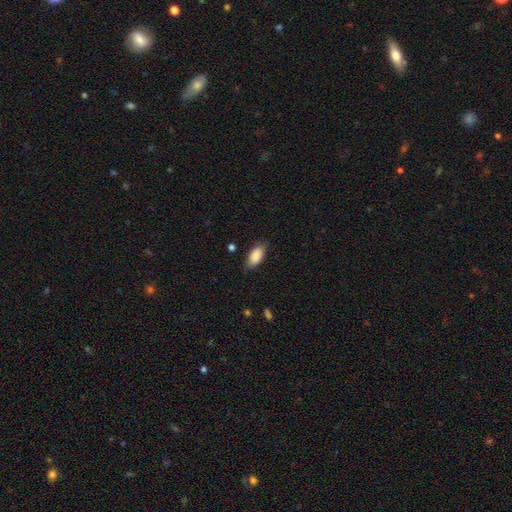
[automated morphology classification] Smooth or featured?
  - smooth: 87% *
  - featured or disk: 7%
  - star or artifact: 6%
How rounded?
  - in between: 90% *
  - cigar-shaped: 7%
  - round: 3%
Merging?
  - none: 75% *
  - minor disturbance: 20%
  - major disturbance: 4%
  - merger: 1%